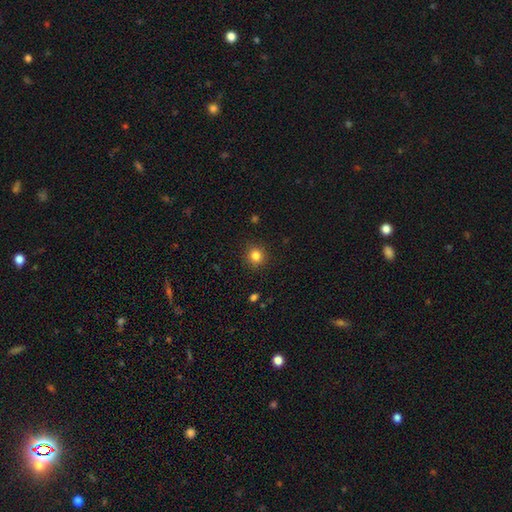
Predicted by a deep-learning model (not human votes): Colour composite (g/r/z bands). It shows a smooth galaxy with no disk features (83%) that is round (90%). Merging: none (91%).